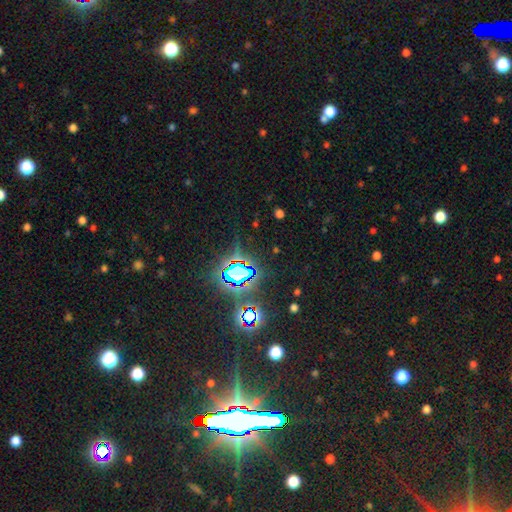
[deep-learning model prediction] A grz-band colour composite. It shows a star or artifact, not a galaxy (84%).